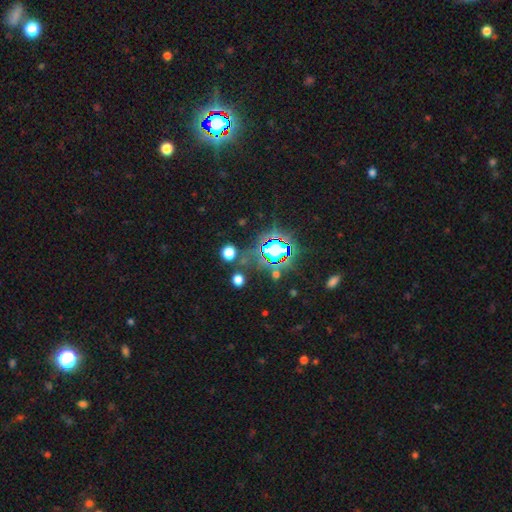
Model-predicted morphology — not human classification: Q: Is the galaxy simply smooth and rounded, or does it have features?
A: star or artifact — 83%.